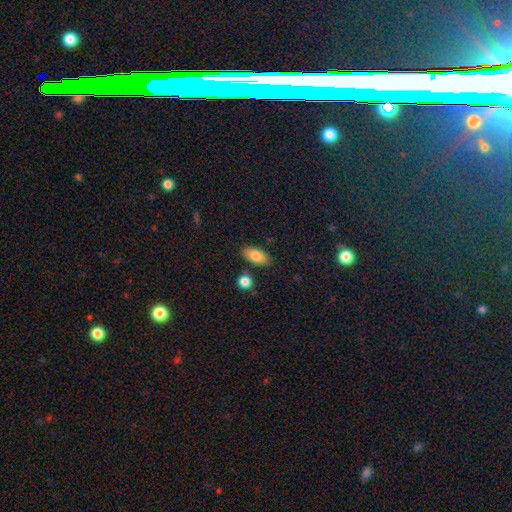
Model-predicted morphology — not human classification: smooth_or_featured: smooth (p=0.83) [alt: featured or disk p=0.10]
how_rounded: in between (p=0.89) [alt: cigar-shaped p=0.07]
merging: none (p=0.83) [alt: minor disturbance p=0.10]